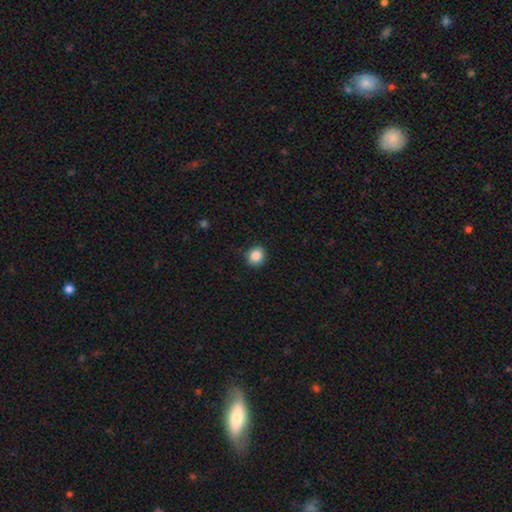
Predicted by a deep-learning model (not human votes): This appears to be a smooth galaxy with no disk features (87%) that is round (77%). Merging: none (87%).